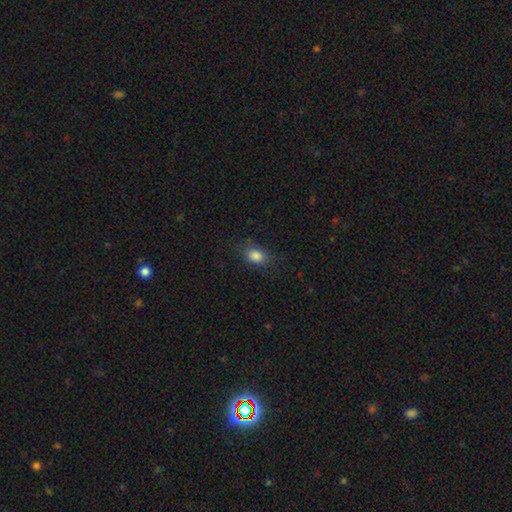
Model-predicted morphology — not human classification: smooth 85%, star or artifact 10%, featured or disk 5%. Down the decision tree: how rounded — in between (73%); merging — none (77%).